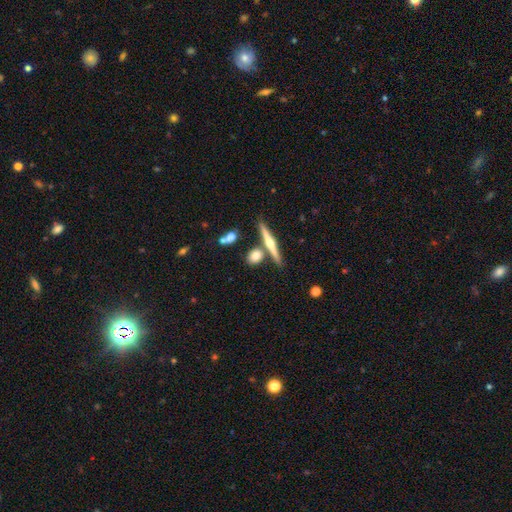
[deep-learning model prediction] A smooth galaxy with no disk features (59%) that is round (44%).

Vote fractions:
- Smooth or featured? smooth: 59% / featured or disk: 33% / star or artifact: 8%
- How rounded? round: 44% / in between: 29% / cigar-shaped: 28%
- Merging? none: 70% / merger: 17% / minor disturbance: 10% / major disturbance: 3%